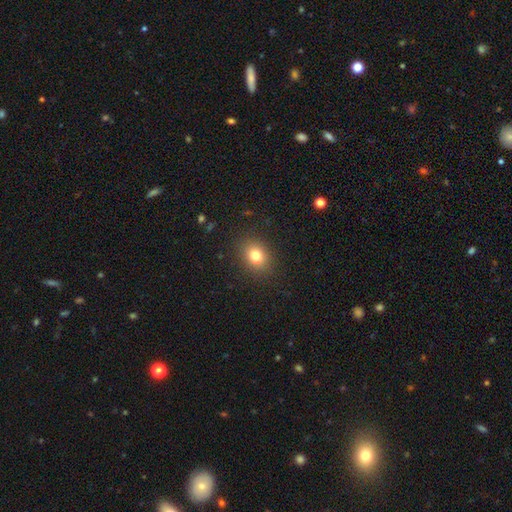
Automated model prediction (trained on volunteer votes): smooth 79%, star or artifact 12%, featured or disk 8%. Down the decision tree: how rounded — round (55%); merging — none (88%).